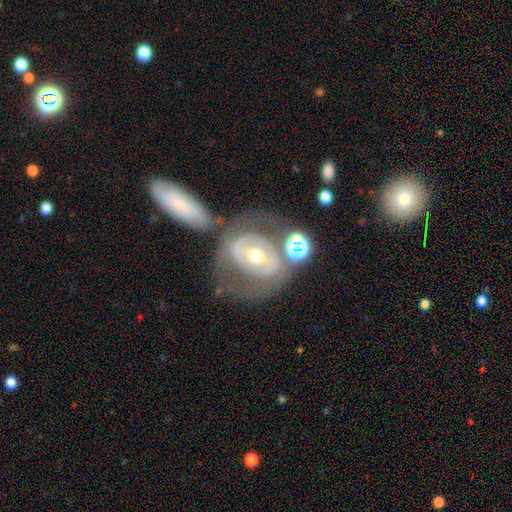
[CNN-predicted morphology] Smooth or featured?
  - featured or disk: 72% *
  - smooth: 21%
  - star or artifact: 7%
Edge-on disk?
  - no: 94% *
  - yes: 6%
Bar?
  - no: 48% *
  - weak: 30%
  - strong: 22%
Spiral arms?
  - no: 50% * (tied)
  - yes: 50% * (tied)
Bulge size?
  - moderate: 63% *
  - small: 31%
  - large: 4%
  - none: 1%
  - dominant: 1%
Merging?
  - none: 51% *
  - minor disturbance: 17%
  - merger: 16%
  - major disturbance: 15%